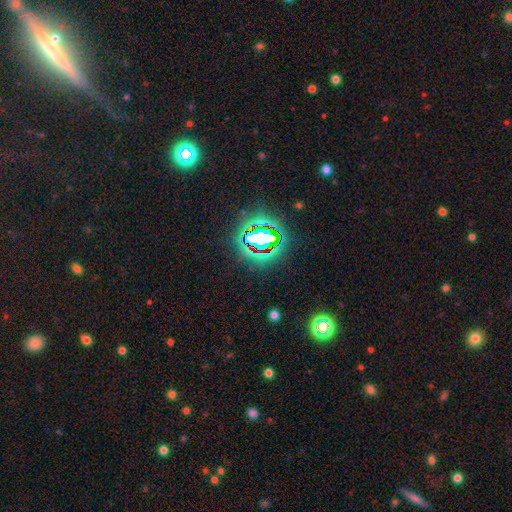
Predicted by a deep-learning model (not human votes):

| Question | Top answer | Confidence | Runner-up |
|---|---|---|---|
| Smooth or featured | star or artifact | 79% | smooth (12%) |